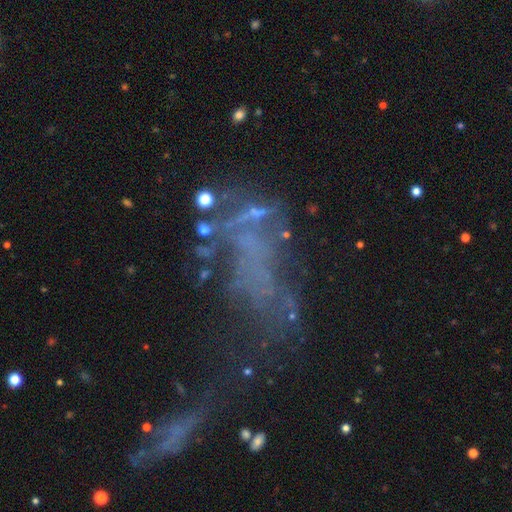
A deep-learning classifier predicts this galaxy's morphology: Smooth or featured? featured or disk (49%)
Merging? major disturbance (43%)